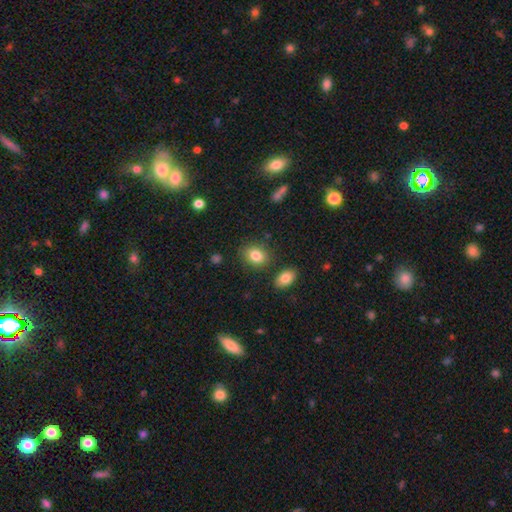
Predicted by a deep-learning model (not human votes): smooth_or_featured: smooth (p=0.83) [alt: star or artifact p=0.09]
how_rounded: in between (p=0.54) [alt: round p=0.45]
merging: none (p=0.81) [alt: minor disturbance p=0.11]